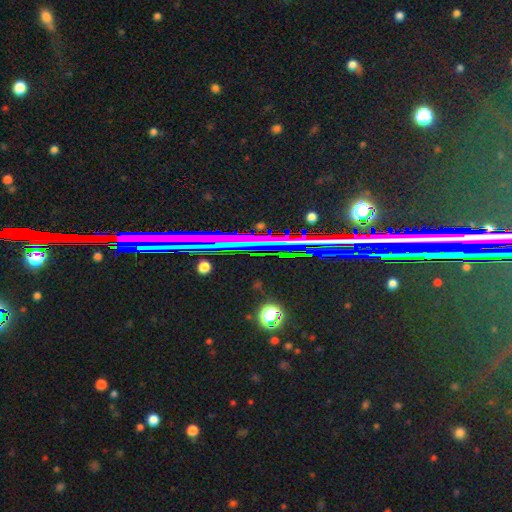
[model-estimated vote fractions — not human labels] This is likely a star or artifact rather than a galaxy (66%).